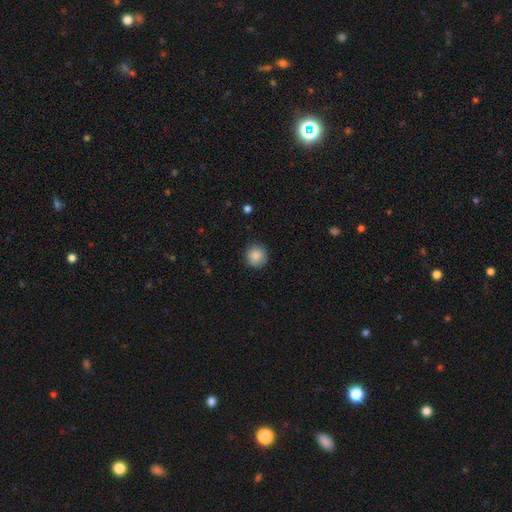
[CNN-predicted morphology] type=smooth (88%); roundness=round (93%); merging=none (89%).